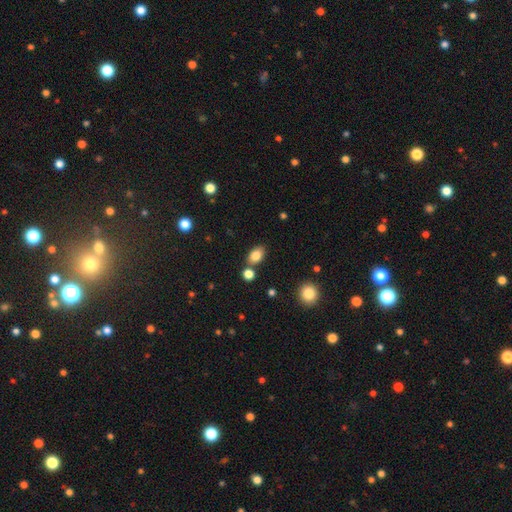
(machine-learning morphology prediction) A smooth galaxy with no disk features (83%) that is in between round and cigar-shaped (81%). Merging: none (74%).